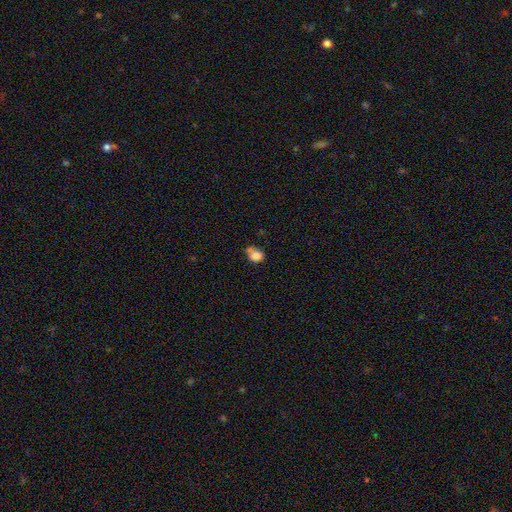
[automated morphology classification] The model was most divided on "how rounded": round: 53%, in between: 46%, cigar-shaped: 1%. Remaining: smooth or featured — smooth (81%); merging — none (40%).